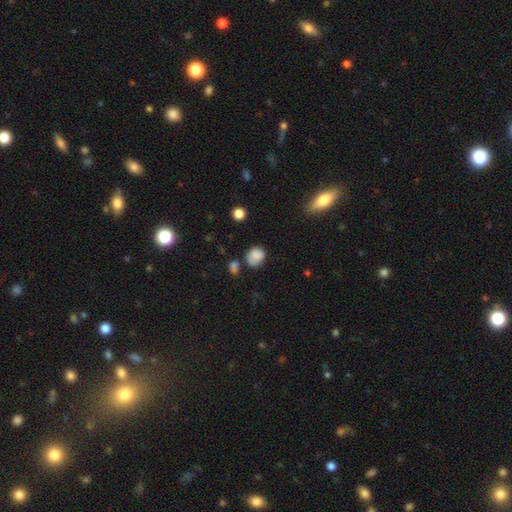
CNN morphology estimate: Smooth or featured? Predicted: smooth (p=0.82). How rounded? Predicted: round (p=0.62). Merging? Predicted: none (p=0.53).